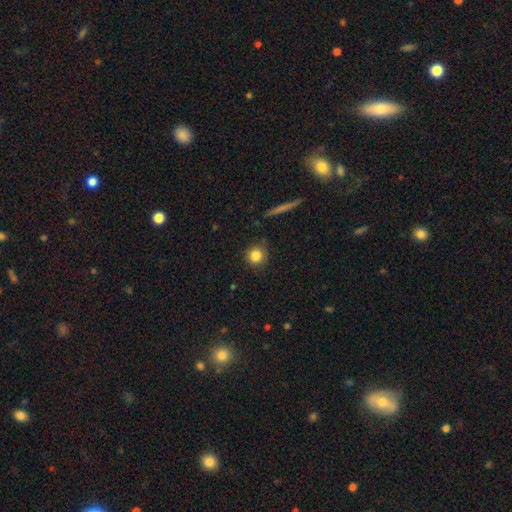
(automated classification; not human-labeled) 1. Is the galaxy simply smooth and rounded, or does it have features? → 83% smooth, 10% star or artifact, 7% featured or disk.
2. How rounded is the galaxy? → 94% round, 5% in between, 1% cigar-shaped.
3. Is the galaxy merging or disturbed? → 88% none, 8% minor disturbance, 2% major disturbance, 2% merger.